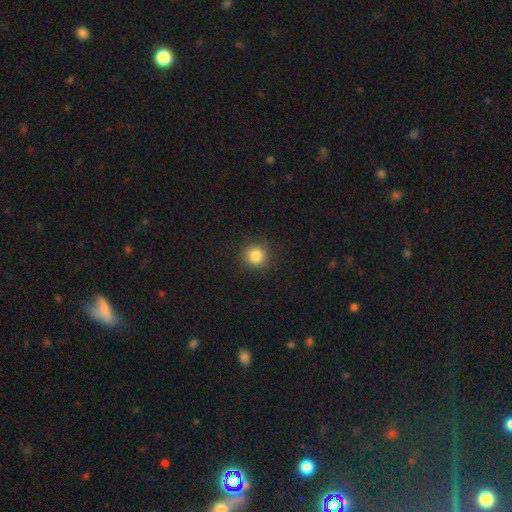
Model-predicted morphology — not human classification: Smooth or featured? Predicted: smooth (p=0.85). How rounded? Predicted: round (p=0.92). Merging? Predicted: none (p=0.89).